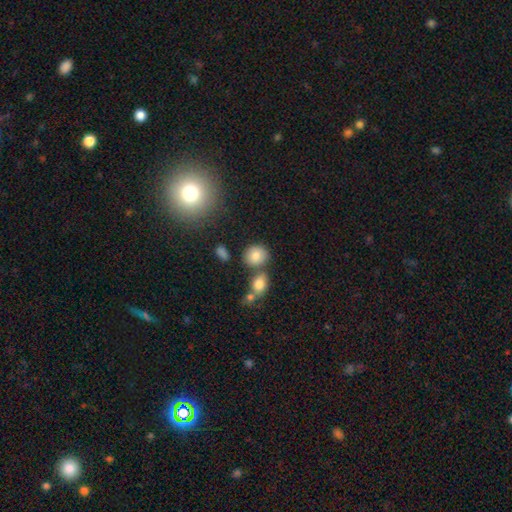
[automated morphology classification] A smooth galaxy with no disk features (81%) that is round (75%).

Vote fractions:
- Smooth or featured? smooth: 81% / star or artifact: 10% / featured or disk: 8%
- How rounded? round: 75% / in between: 24% / cigar-shaped: 1%
- Merging? none: 69% / merger: 16% / minor disturbance: 11% / major disturbance: 4%